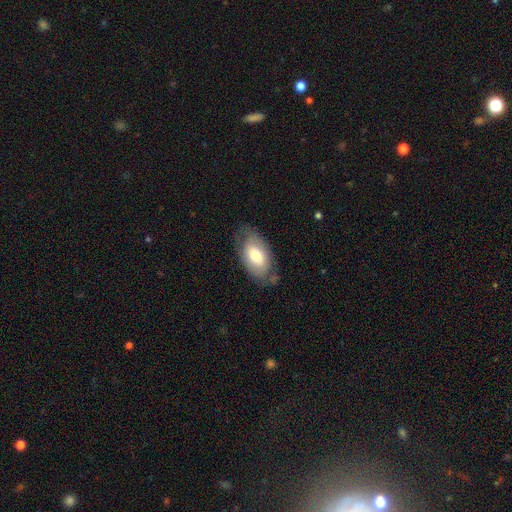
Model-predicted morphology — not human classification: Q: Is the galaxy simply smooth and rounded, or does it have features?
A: smooth — 66%.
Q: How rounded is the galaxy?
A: in between — 94%.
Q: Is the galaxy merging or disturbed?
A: none — 68%.